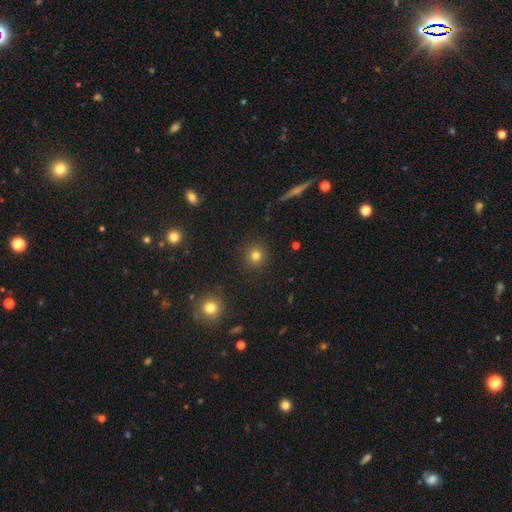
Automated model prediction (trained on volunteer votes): Q: Smooth or featured?
A: smooth (79%); runner-up: star or artifact (14%)
Q: How rounded?
A: round (92%); runner-up: in between (7%)
Q: Merging?
A: none (91%); runner-up: minor disturbance (6%)